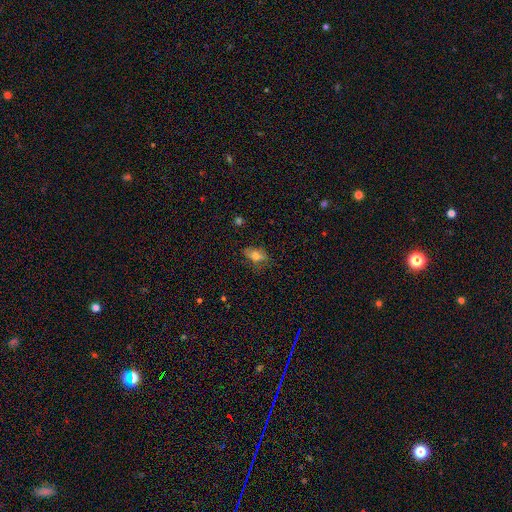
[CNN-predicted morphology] The model was most divided on "merging": none: 62%, minor disturbance: 25%, major disturbance: 11%, merger: 2%. More confident: how rounded — in between (84%); smooth or featured — smooth (70%).